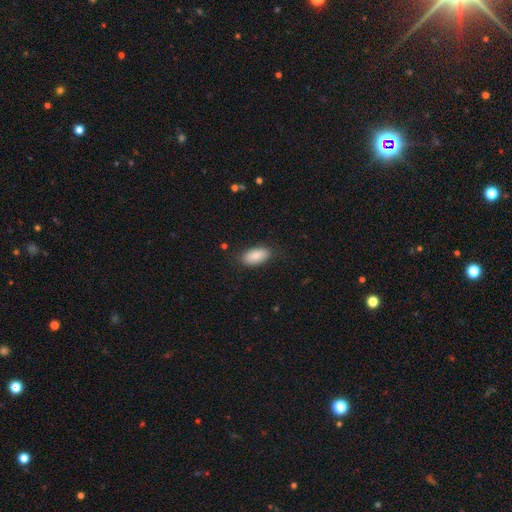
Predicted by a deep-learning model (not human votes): The model was most divided on "merging": none: 83%, minor disturbance: 13%, major disturbance: 3%, merger: 1%. More confident: how rounded — in between (93%); smooth or featured — smooth (87%).